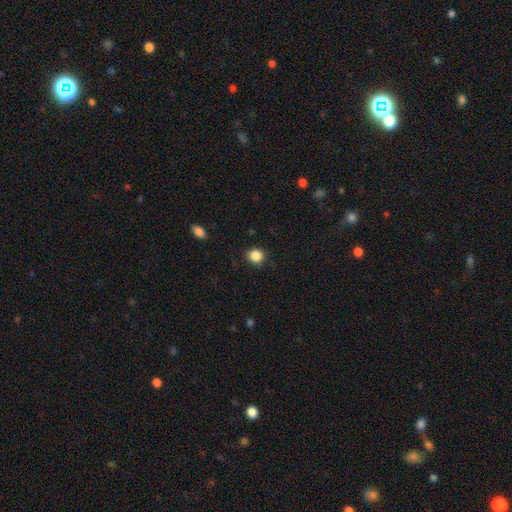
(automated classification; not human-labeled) Morphology: type=smooth (86%); roundness=round (78%); merging=none (84%).